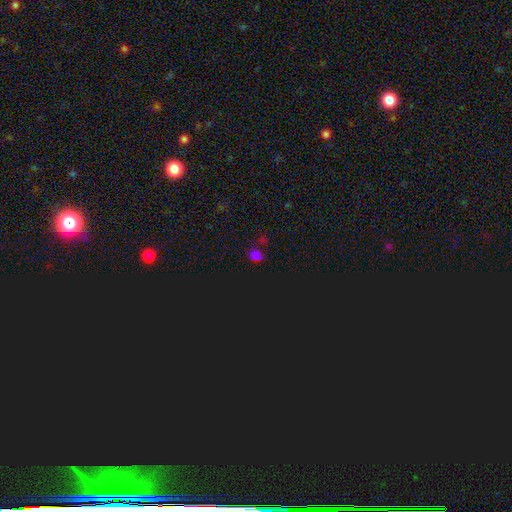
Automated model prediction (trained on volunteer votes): Smooth or featured?
  - smooth: 50% *
  - star or artifact: 46%
  - featured or disk: 5%
Merging?
  - none: 68% *
  - minor disturbance: 16%
  - merger: 9%
  - major disturbance: 7%